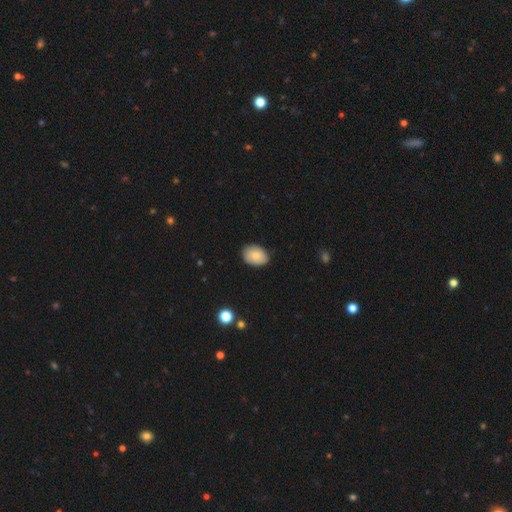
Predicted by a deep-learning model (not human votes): smooth_or_featured: smooth (p=0.81) [alt: featured or disk p=0.12]
how_rounded: in between (p=0.80) [alt: round p=0.19]
merging: none (p=0.82) [alt: minor disturbance p=0.14]